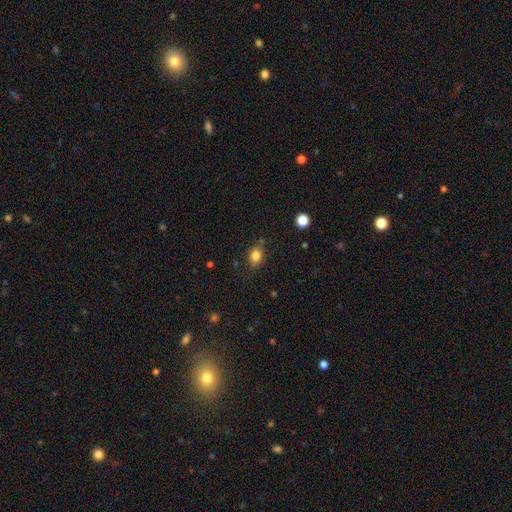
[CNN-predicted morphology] A smooth galaxy with no disk features (82%) that is in between round and cigar-shaped (55%). Merging: none (73%).